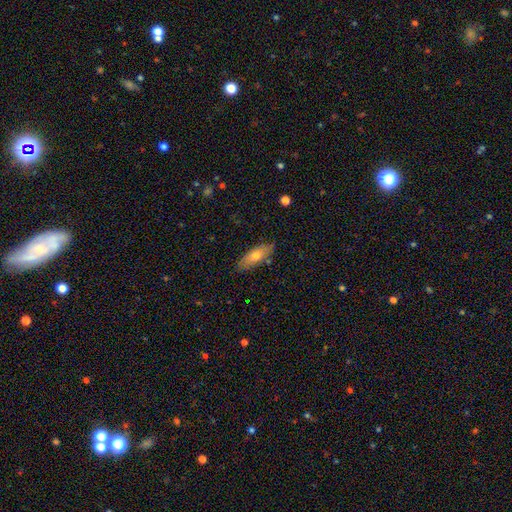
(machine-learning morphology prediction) Overall: smooth (64%; featured or disk 29%). How rounded: in between (63%; cigar-shaped 34%). Merging: none (84%).